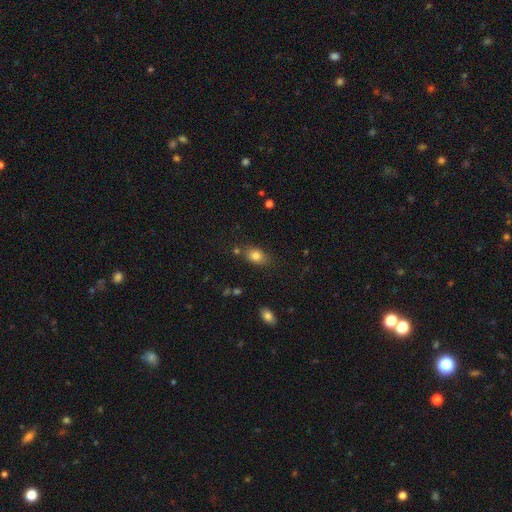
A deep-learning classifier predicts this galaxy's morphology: Smooth or featured? Predicted: smooth (p=0.81). How rounded? Predicted: in between (p=0.76). Merging? Predicted: none (p=0.74).